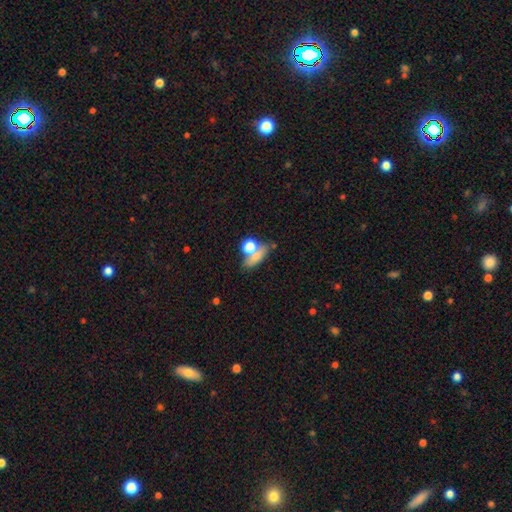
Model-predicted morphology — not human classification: Q: Smooth or featured?
A: smooth (69%); runner-up: featured or disk (16%)
Q: How rounded?
A: in between (59%); runner-up: round (25%)
Q: Merging?
A: none (46%); runner-up: merger (31%)